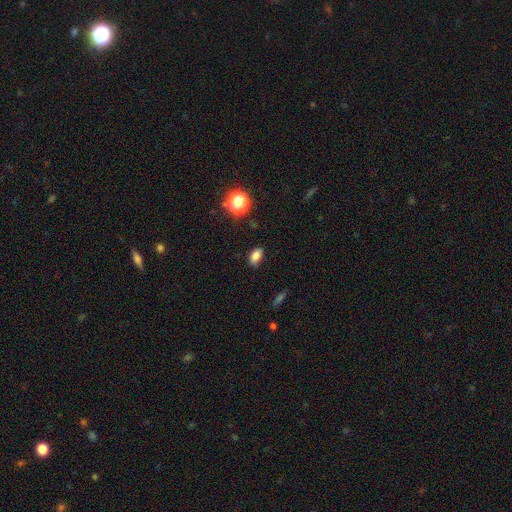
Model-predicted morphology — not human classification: This appears to be a smooth galaxy with no disk features (81%) that is in between round and cigar-shaped (86%). Merging: none (81%).